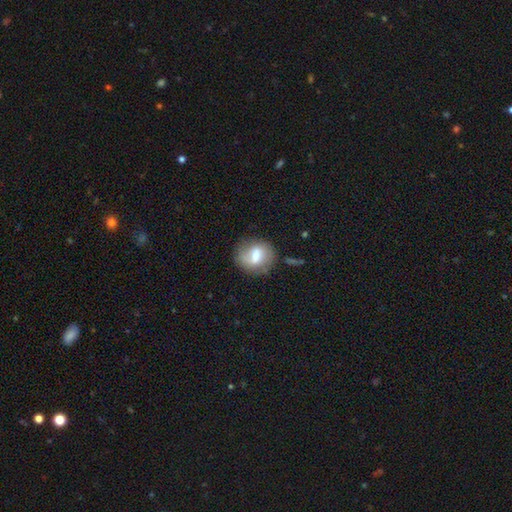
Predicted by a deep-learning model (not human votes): Smooth or featured? Predicted: smooth (p=0.60). How rounded? Predicted: round (p=0.65). Merging? Predicted: none (p=0.65).